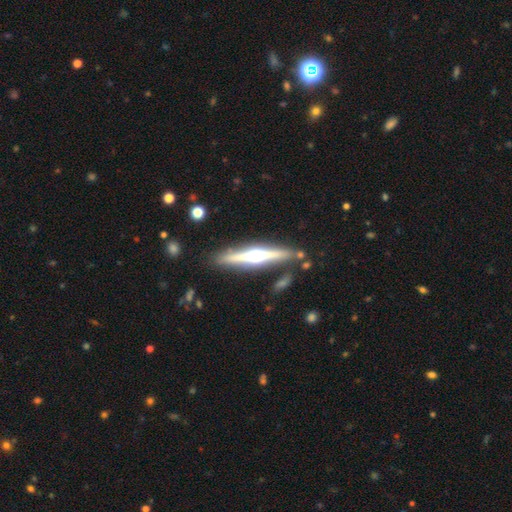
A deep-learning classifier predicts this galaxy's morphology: Smooth or featured? featured or disk (78%)
Edge-on disk? yes (97%)
Edge-on bulge? rounded (93%)
Merging? none (83%)